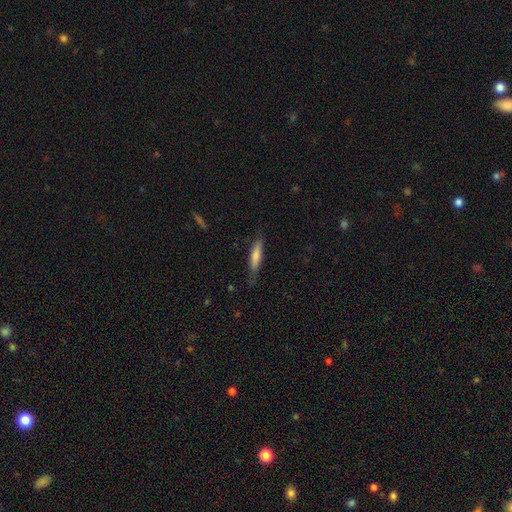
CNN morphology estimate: Smooth or featured? Predicted: smooth (p=0.71). How rounded? Predicted: cigar-shaped (p=0.82). Merging? Predicted: none (p=0.74).